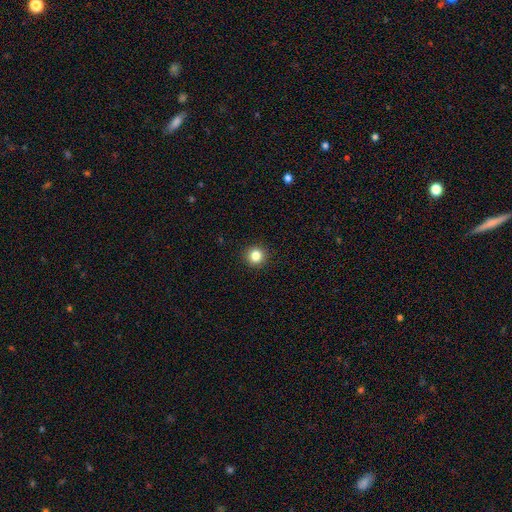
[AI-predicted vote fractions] Smooth or featured? Predicted: smooth (p=0.83). How rounded? Predicted: round (p=0.93). Merging? Predicted: none (p=0.93).